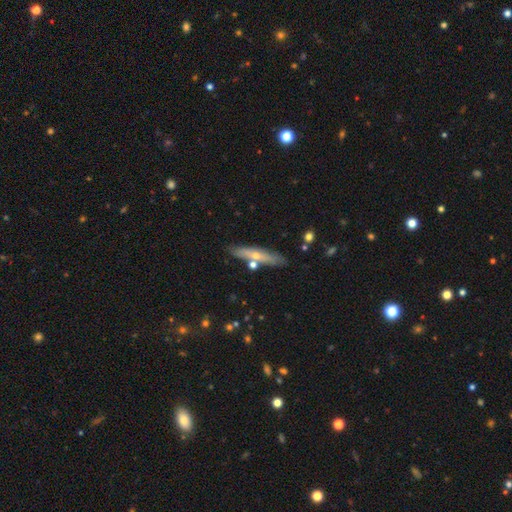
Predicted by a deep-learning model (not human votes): Smooth or featured: smooth — 47% (tied with featured or disk — 47%)
Merging: none — 79% (minor disturbance — 11%)